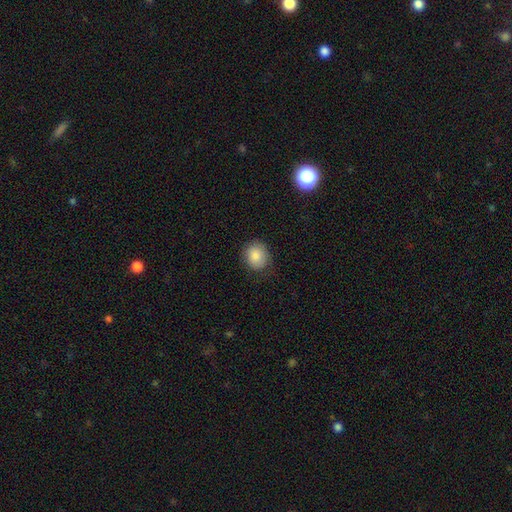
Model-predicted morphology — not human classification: Smooth or featured? Predicted: smooth (p=0.87). How rounded? Predicted: round (p=0.73). Merging? Predicted: none (p=0.81).